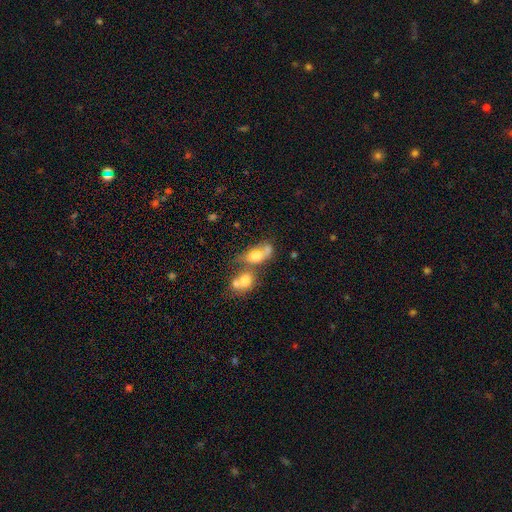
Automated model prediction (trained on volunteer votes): A smooth galaxy with no disk features (62%) that is in between round and cigar-shaped (67%). Merging: merger (62%).